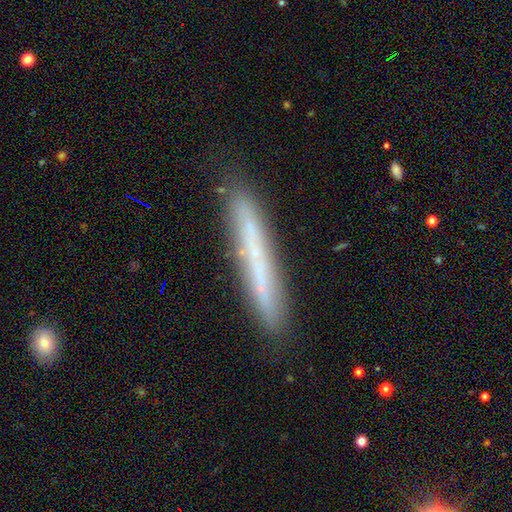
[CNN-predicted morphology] The model was most divided on "smooth or featured": featured or disk: 46%, smooth: 45%, star or artifact: 9%. More confident: merging — none (85%).